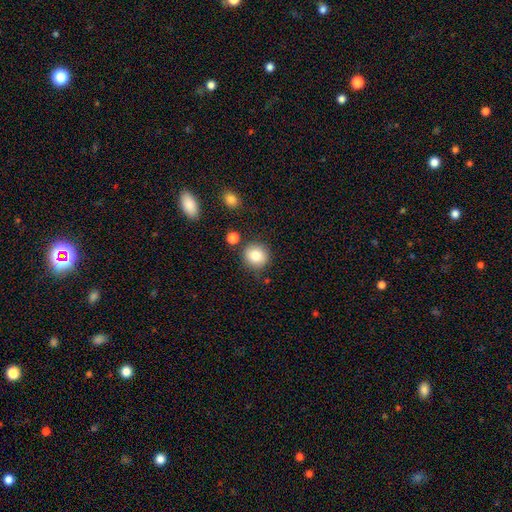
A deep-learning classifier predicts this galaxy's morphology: smooth-or-featured: smooth: 84% | star or artifact: 9% | featured or disk: 7%
  how-rounded: round: 91% | in between: 8% | cigar-shaped: 1%
  merging: none: 84% | minor disturbance: 9% | merger: 5% | major disturbance: 3%